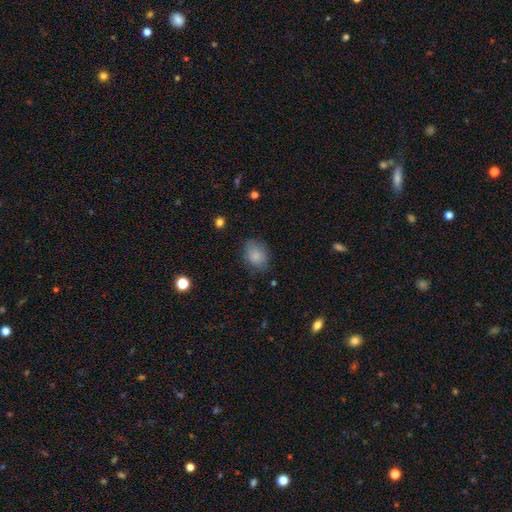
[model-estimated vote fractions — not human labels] Smooth or featured?
  - smooth: 84% *
  - featured or disk: 8%
  - star or artifact: 8%
How rounded?
  - in between: 66% *
  - round: 33%
  - cigar-shaped: 1%
Merging?
  - none: 72% *
  - minor disturbance: 21%
  - major disturbance: 6%
  - merger: 1%